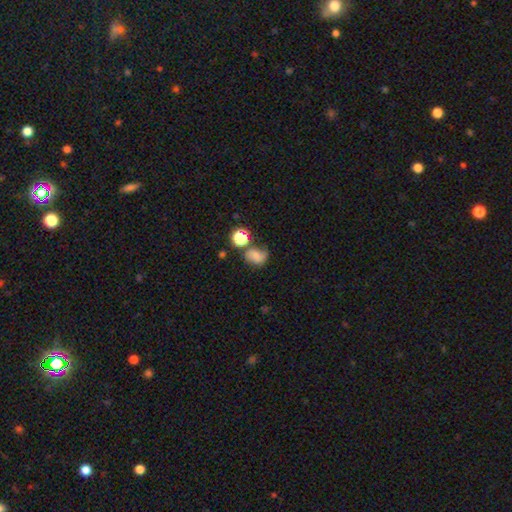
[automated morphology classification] Smooth or featured? Predicted: smooth (p=0.61). How rounded? Predicted: in between (p=0.53). Merging? Predicted: none (p=0.49).